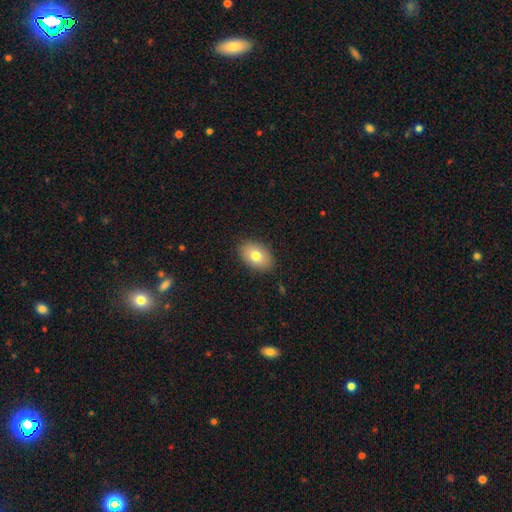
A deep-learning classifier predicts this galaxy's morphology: Smooth or featured: smooth — 78% (featured or disk — 14%)
How rounded: in between — 86% (round — 13%)
Merging: none — 88% (minor disturbance — 9%)